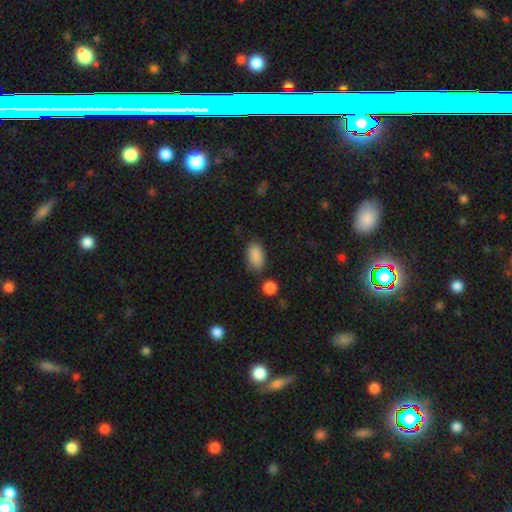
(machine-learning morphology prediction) A smooth galaxy with no disk features (89%) that is in between round and cigar-shaped (92%).

Vote fractions:
- Smooth or featured? smooth: 89% / star or artifact: 7% / featured or disk: 4%
- How rounded? in between: 92% / round: 5% / cigar-shaped: 3%
- Merging? none: 76% / minor disturbance: 15% / merger: 5% / major disturbance: 4%